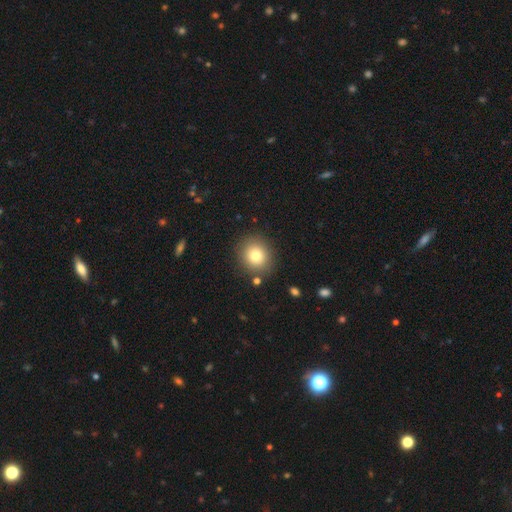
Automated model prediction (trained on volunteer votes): Overall: smooth (78%). How rounded: round (84%). Merging: none (86%).